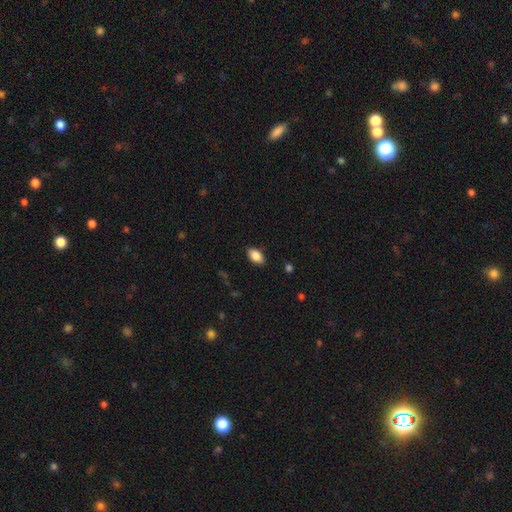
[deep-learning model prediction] Smooth or featured? Predicted: smooth (p=0.87). How rounded? Predicted: in between (p=0.92). Merging? Predicted: none (p=0.87).